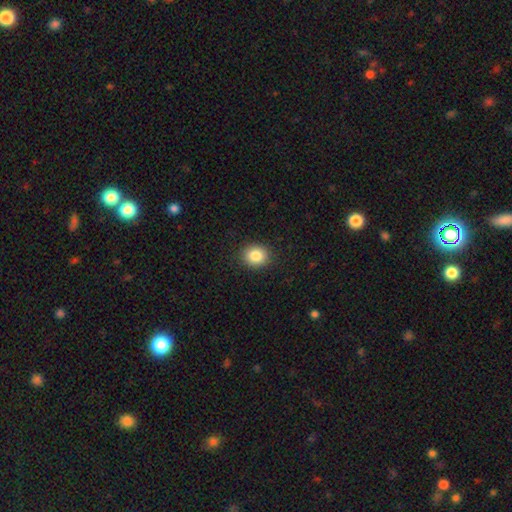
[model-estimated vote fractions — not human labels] smooth 85%, star or artifact 10%, featured or disk 6%. Down the decision tree: how rounded — round (69%); merging — none (90%).